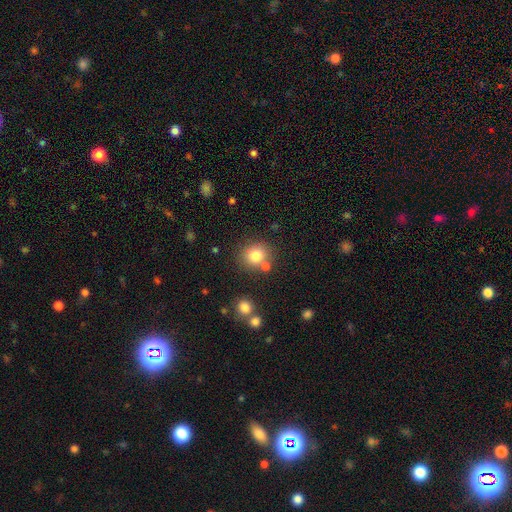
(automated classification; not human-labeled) Overall: smooth (80%). How rounded: round (82%). Merging: none (74%).